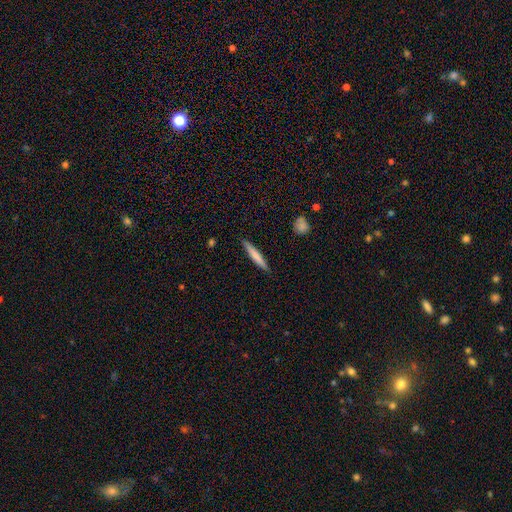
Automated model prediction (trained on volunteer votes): Morphology: type=smooth (70%); roundness=cigar-shaped (94%); merging=none (90%).